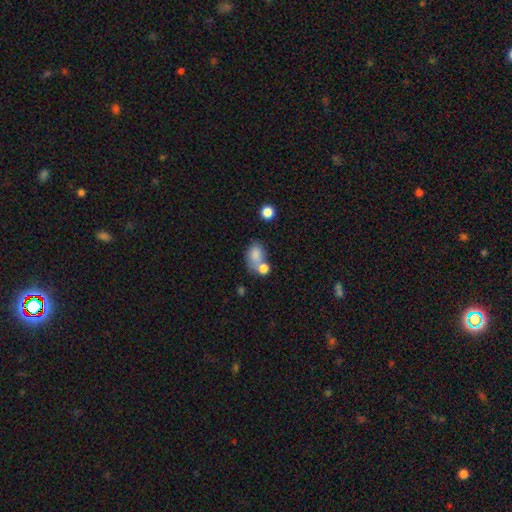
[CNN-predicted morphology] Overall: smooth (80%). How rounded: in between (76%). Merging: merger (41%; none 37%).